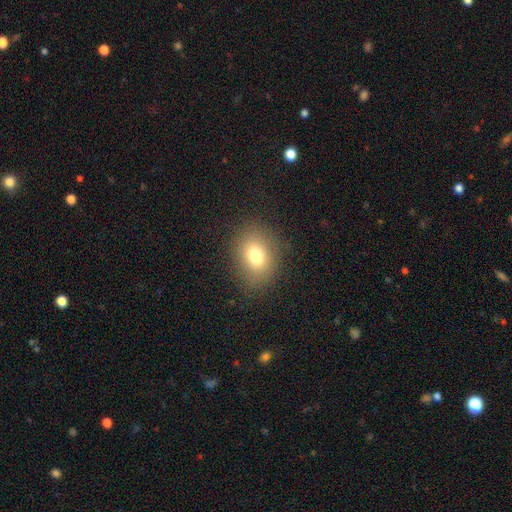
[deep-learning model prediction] Smooth or featured? smooth (76%)
How rounded? in between (56%)
Merging? none (84%)